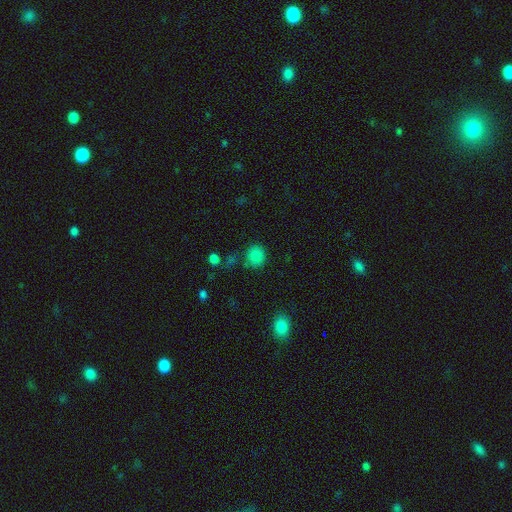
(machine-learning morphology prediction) smooth-or-featured: smooth: 83% | star or artifact: 12% | featured or disk: 5%
  how-rounded: round: 82% | in between: 17% | cigar-shaped: 1%
  merging: none: 78% | minor disturbance: 12% | merger: 6% | major disturbance: 4%